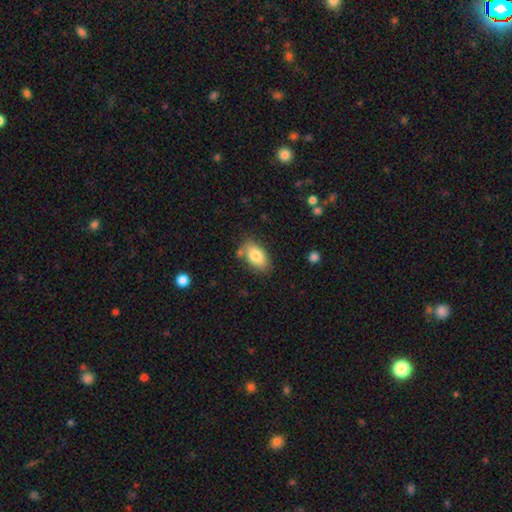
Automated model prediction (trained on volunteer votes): This appears to be a smooth galaxy with no disk features (81%) that is in between round and cigar-shaped (92%). Merging: none (77%).